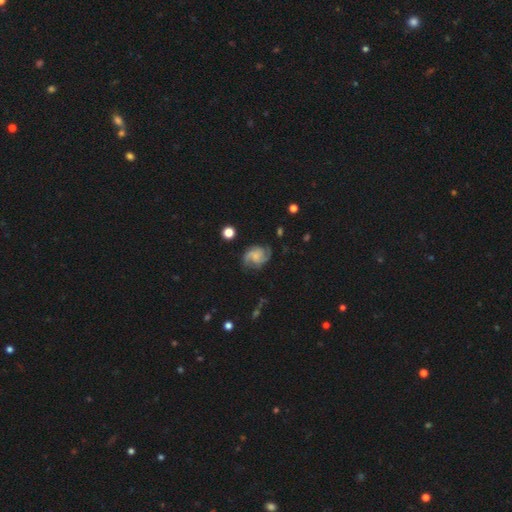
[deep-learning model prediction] The model was most divided on "bulge size": small: 44%, none: 31%, moderate: 20%, large: 4%, dominant: 1%. Remaining: edge-on disk — no (98%); spiral arms — yes (97%); smooth or featured — featured or disk (83%); merging — none (75%); bar — no (62%); spiral winding — medium (51%); spiral arm count — 2 (47%).